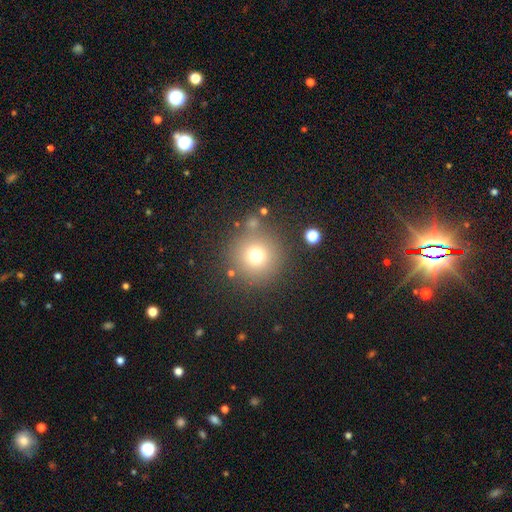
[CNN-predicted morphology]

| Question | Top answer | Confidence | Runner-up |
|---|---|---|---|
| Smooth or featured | smooth | 72% | star or artifact (17%) |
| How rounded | round | 95% | in between (4%) |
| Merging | none | 81% | minor disturbance (8%) |